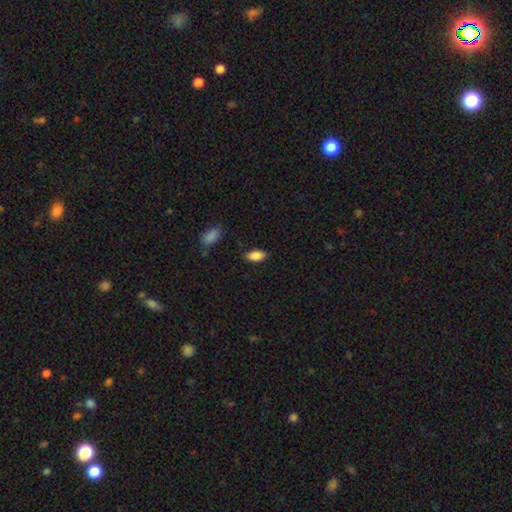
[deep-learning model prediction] A smooth galaxy with no disk features (87%) that is in between round and cigar-shaped (92%).

Vote fractions:
- Smooth or featured? smooth: 87% / star or artifact: 8% / featured or disk: 5%
- How rounded? in between: 92% / round: 5% / cigar-shaped: 3%
- Merging? none: 83% / minor disturbance: 12% / major disturbance: 3% / merger: 2%